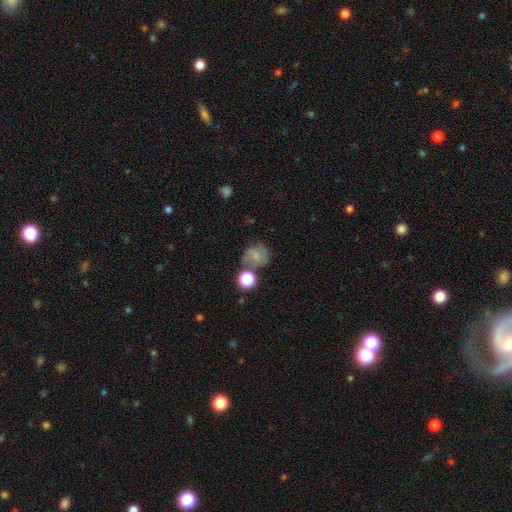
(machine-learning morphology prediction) smooth 47%, featured or disk 41%, star or artifact 12%. Down the decision tree: merging — none (58%).